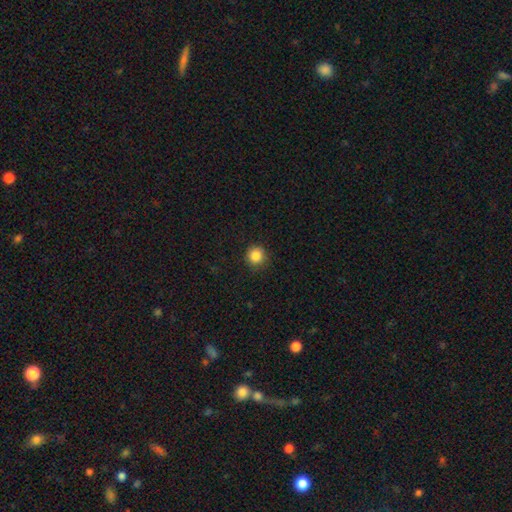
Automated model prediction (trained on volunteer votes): A smooth galaxy with no disk features (86%) that is round (95%).

Vote fractions:
- Smooth or featured? smooth: 86% / star or artifact: 11% / featured or disk: 4%
- How rounded? round: 95% / in between: 5% / cigar-shaped: 1%
- Merging? none: 90% / minor disturbance: 7% / major disturbance: 2% / merger: 1%